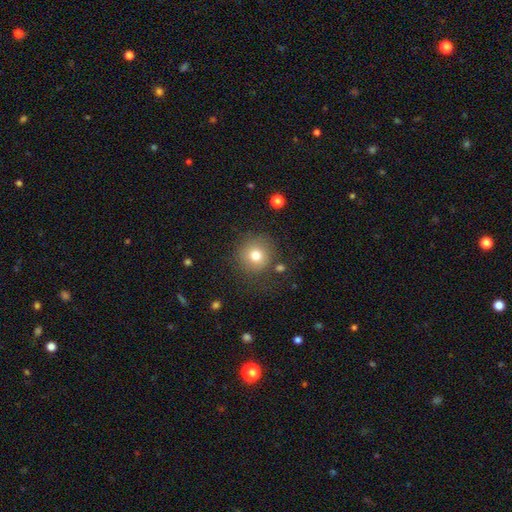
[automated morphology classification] smooth-or-featured: smooth: 77% | star or artifact: 12% | featured or disk: 11%
  how-rounded: round: 92% | in between: 7% | cigar-shaped: 1%
  merging: none: 81% | minor disturbance: 11% | major disturbance: 5% | merger: 3%